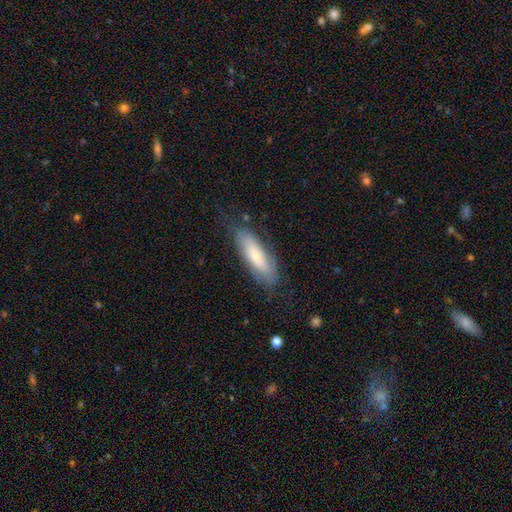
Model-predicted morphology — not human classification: Q: Smooth or featured?
A: smooth (57%); runner-up: featured or disk (36%)
Q: How rounded?
A: in between (55%); runner-up: cigar-shaped (43%)
Q: Merging?
A: none (69%); runner-up: minor disturbance (22%)